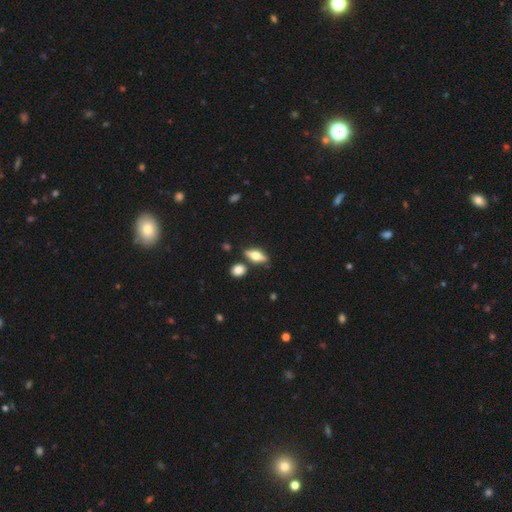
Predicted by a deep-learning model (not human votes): Smooth or featured? smooth (46%, tied with featured or disk)
Merging? none (77%)